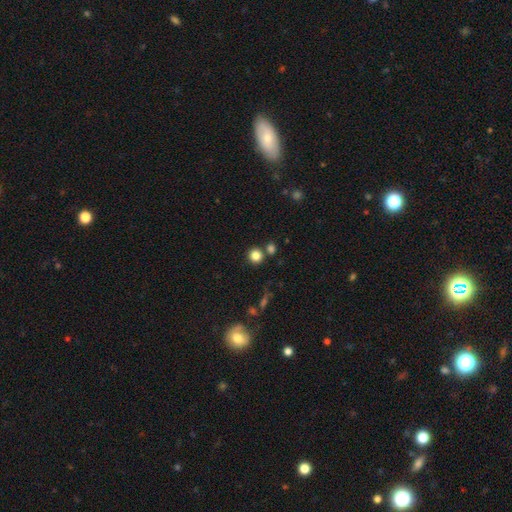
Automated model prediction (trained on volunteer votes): Smooth or featured: smooth — 82% (star or artifact — 12%)
How rounded: round — 91% (in between — 8%)
Merging: none — 77% (merger — 13%)